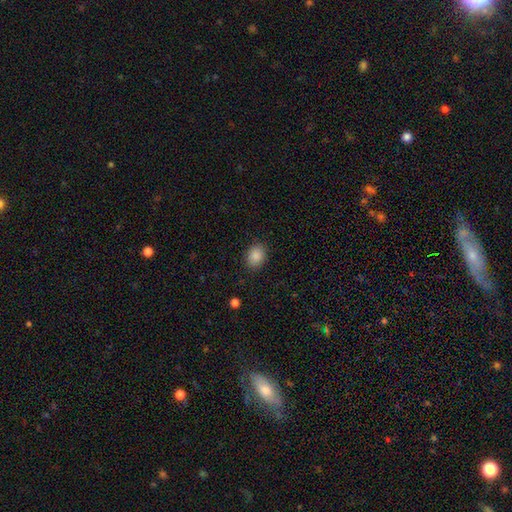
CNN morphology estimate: smooth-or-featured: smooth: 88% | star or artifact: 8% | featured or disk: 4%
  how-rounded: in between: 62% | round: 37% | cigar-shaped: 1%
  merging: none: 88% | minor disturbance: 9% | major disturbance: 3% | merger: 1%